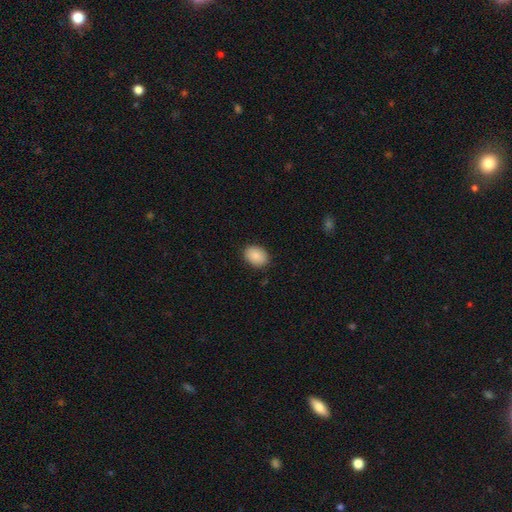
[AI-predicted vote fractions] Smooth or featured? smooth (88%)
How rounded? in between (75%)
Merging? none (88%)